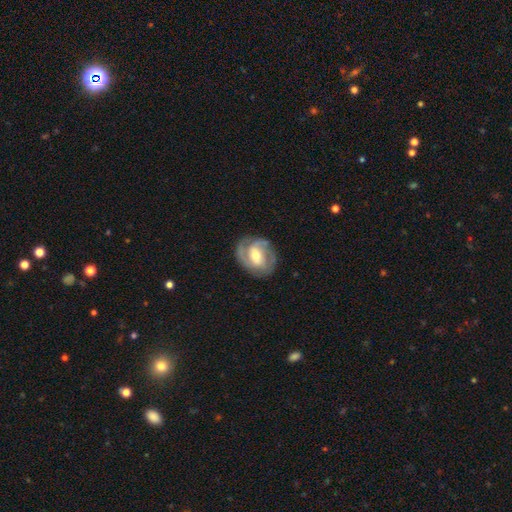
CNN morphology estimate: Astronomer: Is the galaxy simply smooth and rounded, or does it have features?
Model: featured or disk — 80%.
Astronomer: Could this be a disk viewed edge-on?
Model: no — 97%.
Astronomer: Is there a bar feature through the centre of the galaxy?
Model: weak — 45% (runner-up: no, 31%).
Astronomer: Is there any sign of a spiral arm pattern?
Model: yes — 91%.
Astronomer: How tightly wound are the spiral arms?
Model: tight — 47% (runner-up: medium, 41%).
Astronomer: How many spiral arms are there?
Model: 2 — 49%.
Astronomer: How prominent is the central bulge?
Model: moderate — 67%.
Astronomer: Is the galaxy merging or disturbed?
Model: none — 76%.